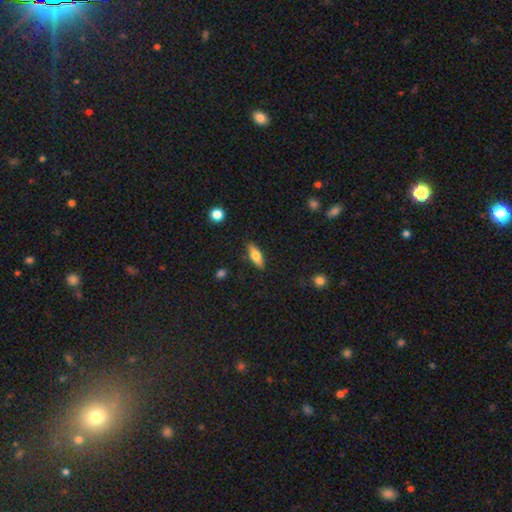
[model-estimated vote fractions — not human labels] Morphology: type=smooth (54%); roundness=in between (53%); merging=none (86%).